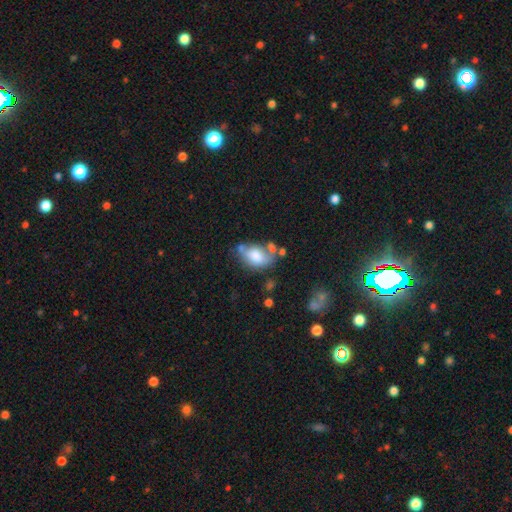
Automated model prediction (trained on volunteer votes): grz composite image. It shows a smooth galaxy with no disk features (68%) that is in between round and cigar-shaped (84%). Merging: none (35%).